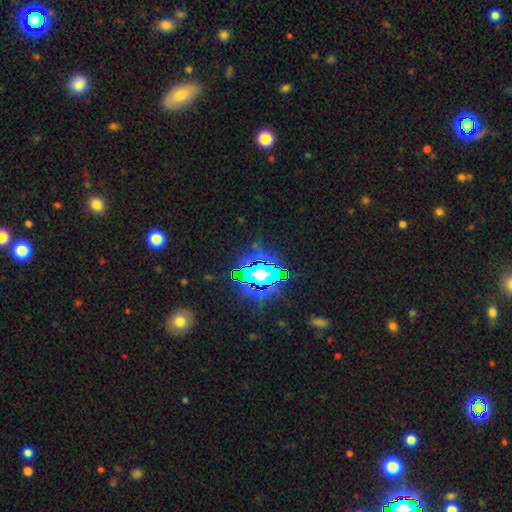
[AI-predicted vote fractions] Morphology: type=star or artifact (81%).